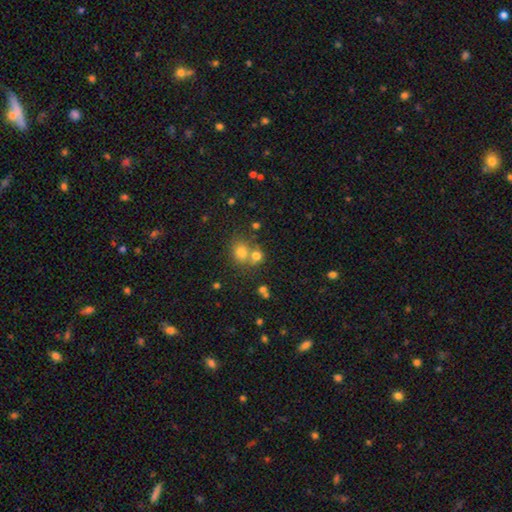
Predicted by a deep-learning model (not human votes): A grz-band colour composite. It shows a smooth galaxy with no disk features (73%) that is round (76%). Merging: none (45%).